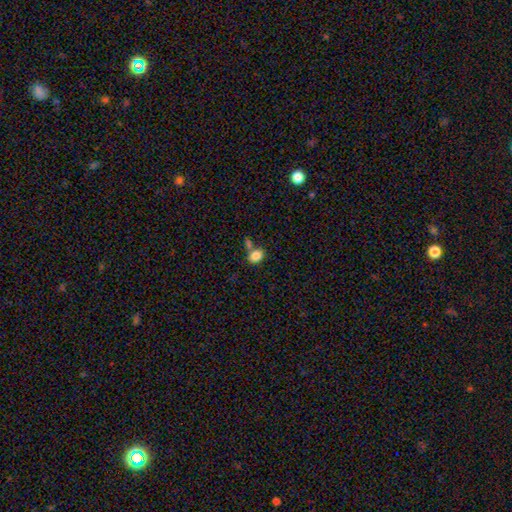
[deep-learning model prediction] This appears to be a smooth galaxy with no disk features (84%) that is in between round and cigar-shaped (57%). Merging: none (55%).